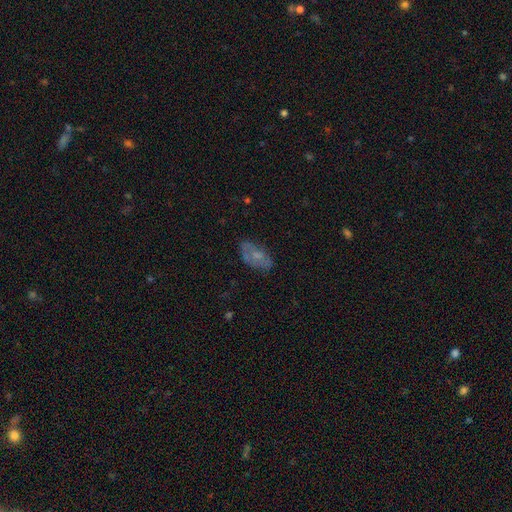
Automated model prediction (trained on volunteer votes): Smooth or featured: smooth — 48% (featured or disk — 42%)
Merging: none — 65% (minor disturbance — 23%)